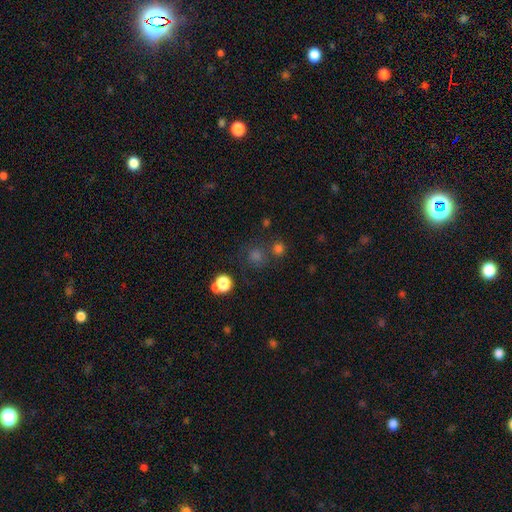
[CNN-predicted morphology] A smooth galaxy with no disk features (58%) that is round (90%).

Vote fractions:
- Smooth or featured? smooth: 58% / star or artifact: 34% / featured or disk: 8%
- How rounded? round: 90% / in between: 9% / cigar-shaped: 1%
- Merging? none: 73% / merger: 14% / minor disturbance: 9% / major disturbance: 5%